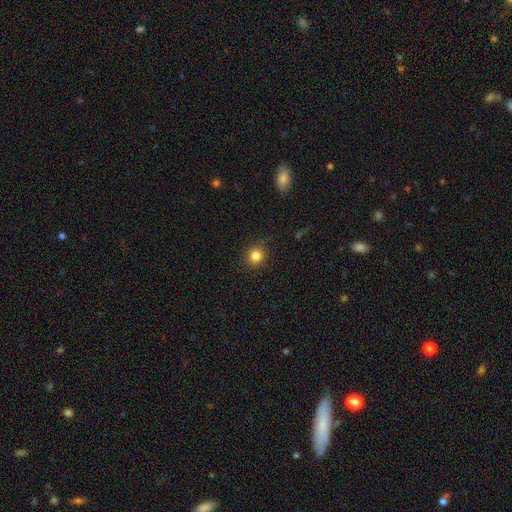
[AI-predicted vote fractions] Q: Smooth or featured?
A: smooth (83%); runner-up: star or artifact (12%)
Q: How rounded?
A: round (89%); runner-up: in between (10%)
Q: Merging?
A: none (88%); runner-up: minor disturbance (8%)